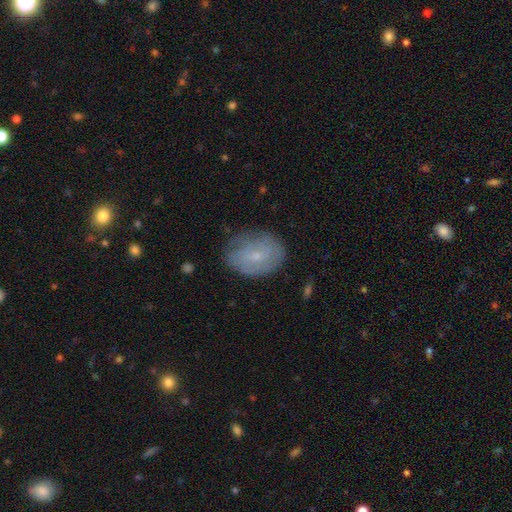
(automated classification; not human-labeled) A smooth galaxy with no disk features (52%) that is in between round and cigar-shaped (70%).

Vote fractions:
- Smooth or featured? smooth: 52% / featured or disk: 39% / star or artifact: 9%
- How rounded? in between: 70% / round: 28% / cigar-shaped: 1%
- Merging? none: 72% / minor disturbance: 21% / major disturbance: 6% / merger: 1%